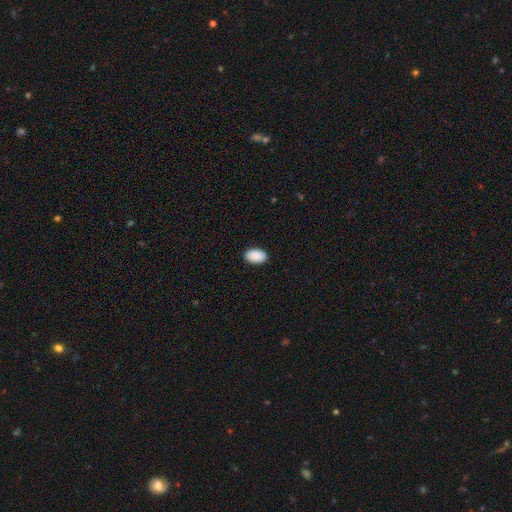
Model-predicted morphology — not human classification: type=smooth (91%); roundness=in between (94%); merging=none (90%).